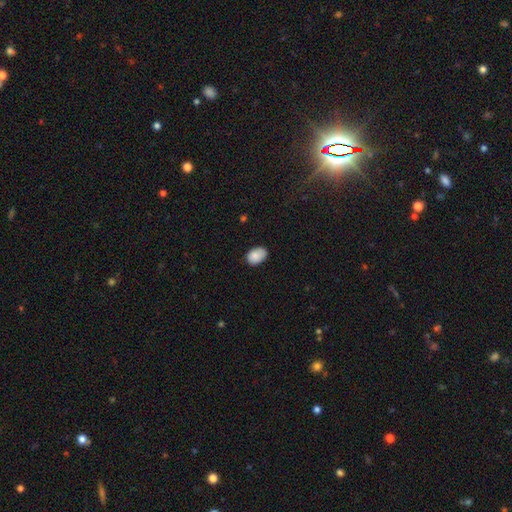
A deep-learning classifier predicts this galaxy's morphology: smooth 86%, star or artifact 7%, featured or disk 6%. Down the decision tree: how rounded — in between (85%); merging — none (75%).